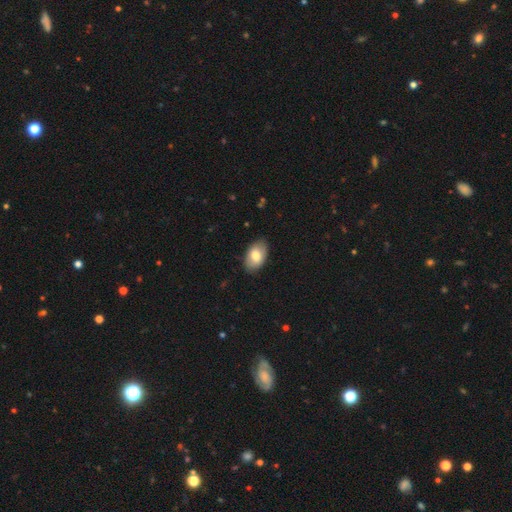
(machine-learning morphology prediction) A smooth galaxy with no disk features (76%) that is in between round and cigar-shaped (93%).

Vote fractions:
- Smooth or featured? smooth: 76% / featured or disk: 18% / star or artifact: 6%
- How rounded? in between: 93% / round: 6% / cigar-shaped: 1%
- Merging? none: 85% / minor disturbance: 12% / major disturbance: 2% / merger: 1%